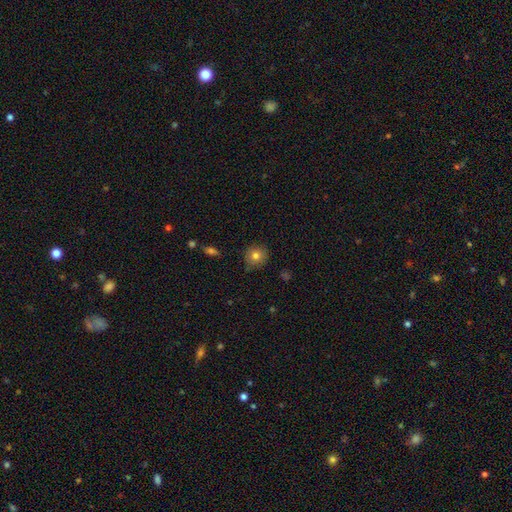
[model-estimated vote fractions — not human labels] Smooth or featured? smooth (79%)
How rounded? round (91%)
Merging? none (83%)